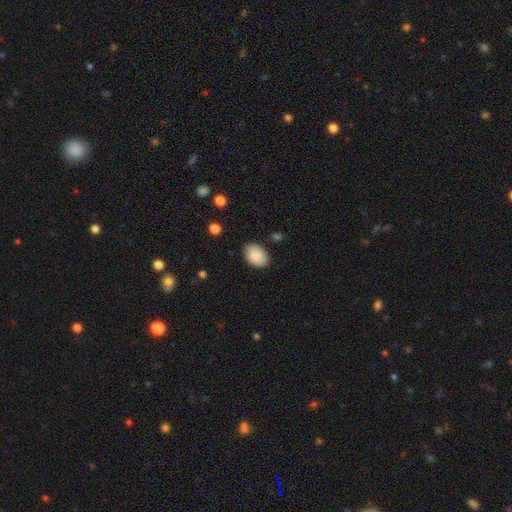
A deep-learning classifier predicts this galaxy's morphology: Smooth or featured? Predicted: smooth (p=0.87). How rounded? Predicted: in between (p=0.82). Merging? Predicted: none (p=0.82).